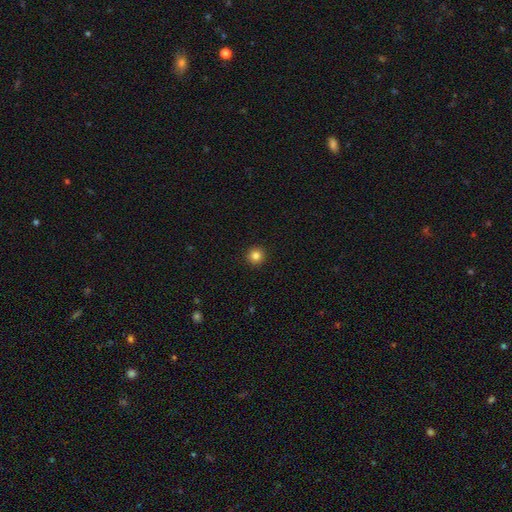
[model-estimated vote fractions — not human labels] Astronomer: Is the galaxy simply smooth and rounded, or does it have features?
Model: smooth — 84%.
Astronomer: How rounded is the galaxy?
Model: round — 96%.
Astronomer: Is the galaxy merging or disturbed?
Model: none — 94%.